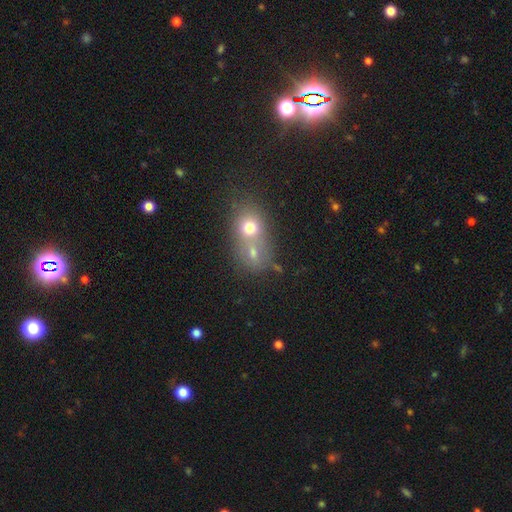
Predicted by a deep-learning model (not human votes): Smooth or featured?
  - smooth: 61% *
  - featured or disk: 20%
  - star or artifact: 20%
How rounded?
  - round: 60% *
  - in between: 38%
  - cigar-shaped: 2%
Merging?
  - merger: 65% *
  - none: 26%
  - minor disturbance: 6%
  - major disturbance: 3%